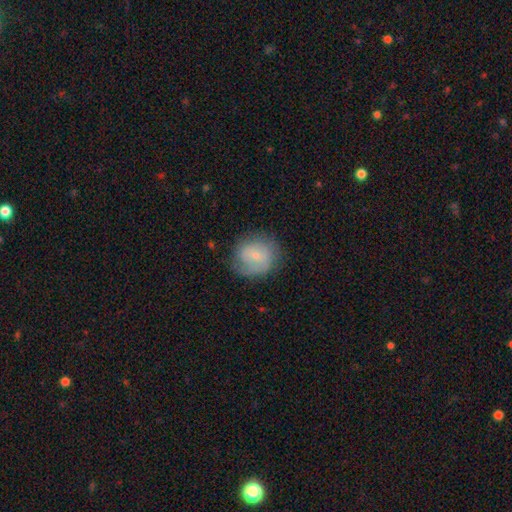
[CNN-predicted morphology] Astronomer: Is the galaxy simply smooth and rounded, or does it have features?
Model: smooth — 59%.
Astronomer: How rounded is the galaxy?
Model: round — 80%.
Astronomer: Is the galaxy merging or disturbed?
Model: none — 70%.